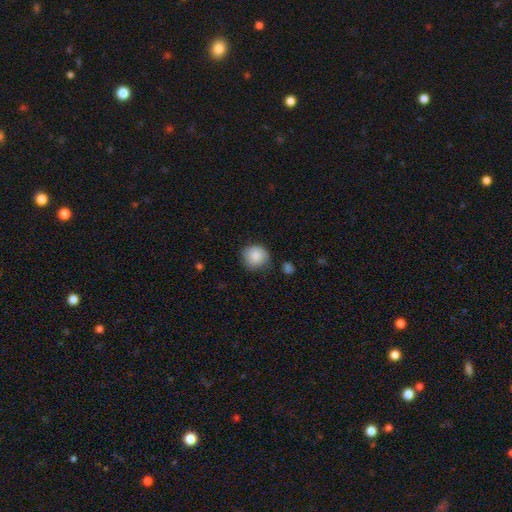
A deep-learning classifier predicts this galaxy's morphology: Overall: smooth (87%). How rounded: round (88%). Merging: none (77%).